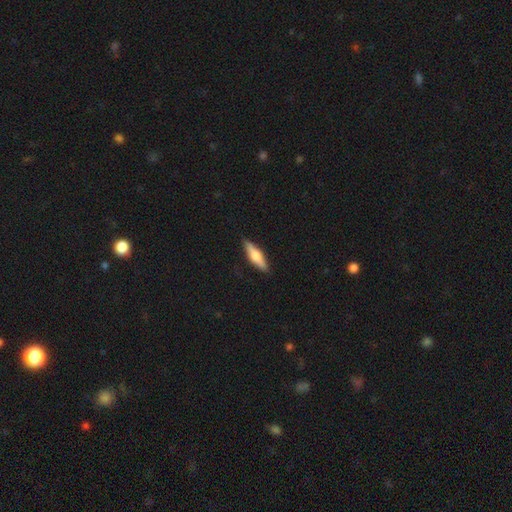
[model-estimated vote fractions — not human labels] smooth_or_featured: smooth (p=0.49) [alt: featured or disk p=0.46]
merging: none (p=0.89) [alt: minor disturbance p=0.08]